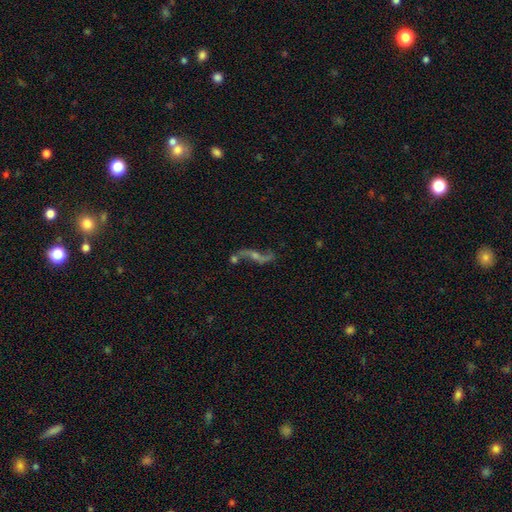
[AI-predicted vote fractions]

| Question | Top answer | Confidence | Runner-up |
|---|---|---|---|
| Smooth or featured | featured or disk | 81% | star or artifact (10%) |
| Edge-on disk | no | 85% | yes (15%) |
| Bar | no | 55% | weak (32%) |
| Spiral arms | yes | 91% | no (9%) |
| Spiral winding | loose | 91% | medium (7%) |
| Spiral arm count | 2 | 91% | 1 (4%) |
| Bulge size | small | 47% | moderate (34%) |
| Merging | none | 57% | merger (17%) |